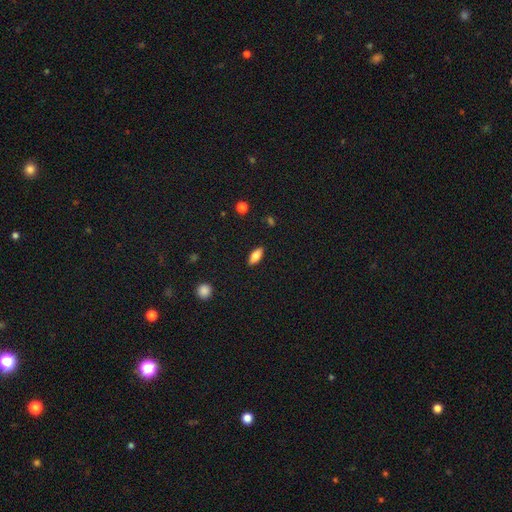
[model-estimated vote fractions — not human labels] Smooth or featured?
  - smooth: 78% *
  - featured or disk: 15%
  - star or artifact: 7%
How rounded?
  - in between: 78% *
  - cigar-shaped: 20%
  - round: 2%
Merging?
  - none: 89% *
  - minor disturbance: 8%
  - major disturbance: 2%
  - merger: 1%